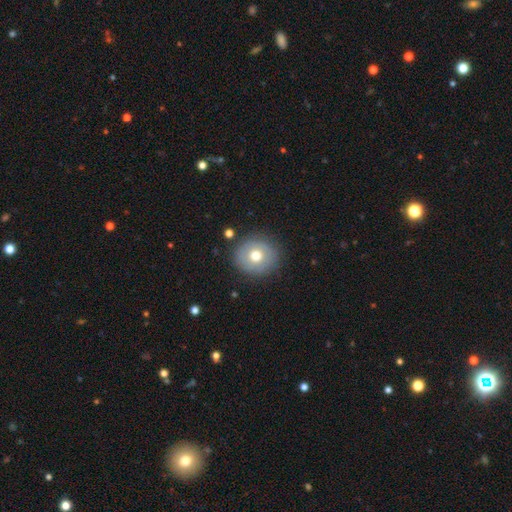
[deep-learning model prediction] A smooth galaxy with no disk features (67%) that is round (86%).

Vote fractions:
- Smooth or featured? smooth: 67% / featured or disk: 24% / star or artifact: 9%
- How rounded? round: 86% / in between: 13% / cigar-shaped: 1%
- Merging? none: 85% / minor disturbance: 10% / major disturbance: 3% / merger: 2%